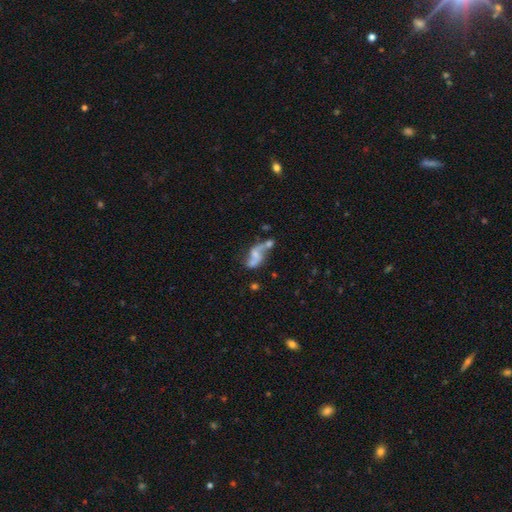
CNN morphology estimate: This is likely a featured or disk galaxy (67%). It is clearly not viewed edge-on (96%). Bar: possibly no (55%). Spiral arm pattern: likely yes (75%). Central bulge: marginally none (42%). Merging: marginally merger (39%).